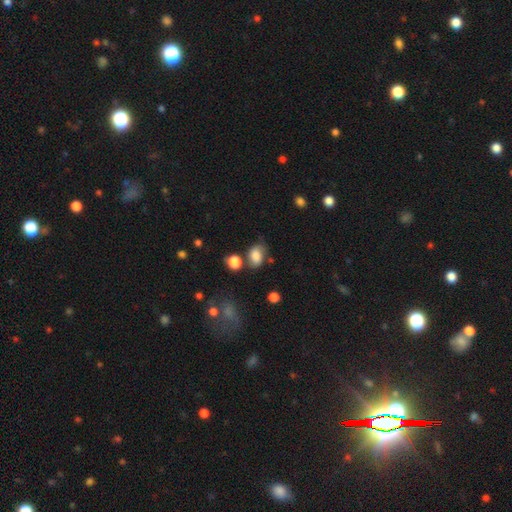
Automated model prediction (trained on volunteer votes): Smooth or featured? smooth (78%)
How rounded? in between (75%)
Merging? none (57%)